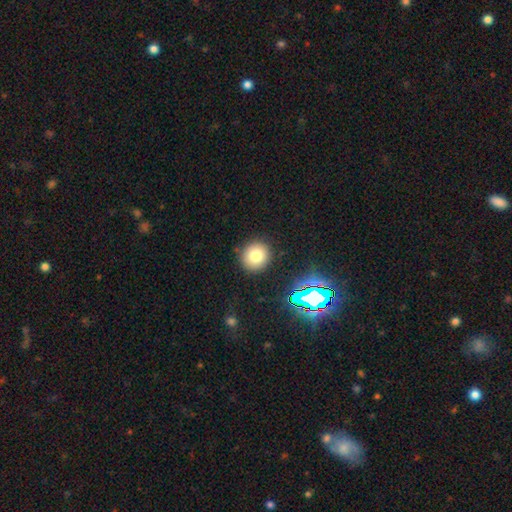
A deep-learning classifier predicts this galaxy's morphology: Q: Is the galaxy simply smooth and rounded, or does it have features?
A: smooth — 76%.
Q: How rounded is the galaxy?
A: round — 91%.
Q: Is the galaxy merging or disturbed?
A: none — 89%.